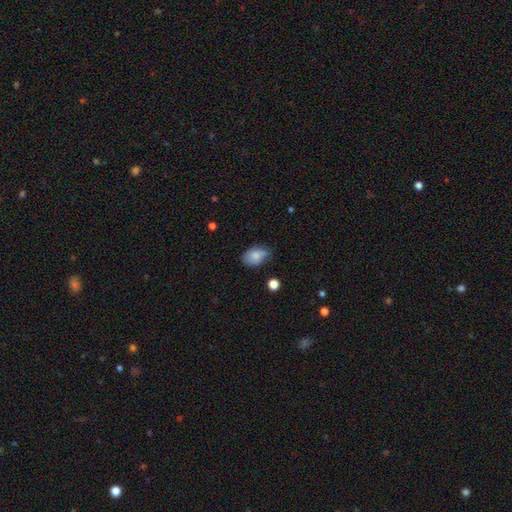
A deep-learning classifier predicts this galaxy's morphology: Q: Smooth or featured?
A: smooth (81%); runner-up: featured or disk (11%)
Q: How rounded?
A: in between (89%); runner-up: round (9%)
Q: Merging?
A: none (64%); runner-up: minor disturbance (28%)